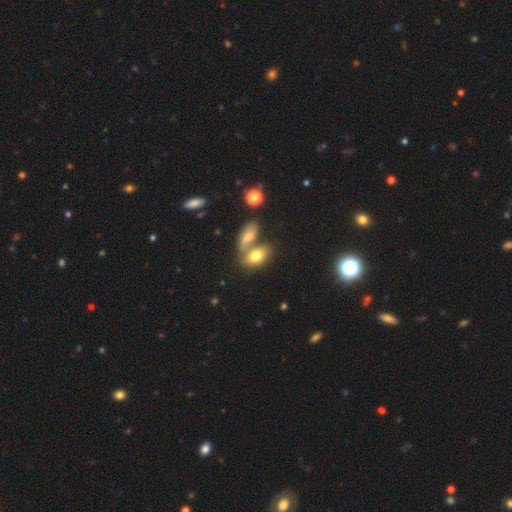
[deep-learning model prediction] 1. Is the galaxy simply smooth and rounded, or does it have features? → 75% smooth, 17% featured or disk, 8% star or artifact.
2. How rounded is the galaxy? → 85% in between, 11% round, 4% cigar-shaped.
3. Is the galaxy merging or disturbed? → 54% merger, 34% none, 9% minor disturbance, 4% major disturbance.